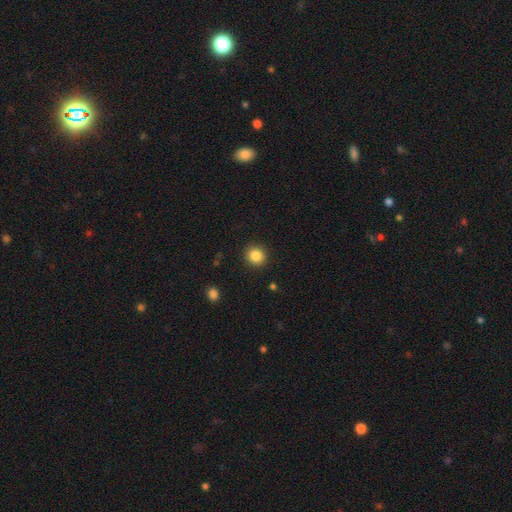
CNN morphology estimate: type=smooth (85%); roundness=round (86%); merging=none (91%).